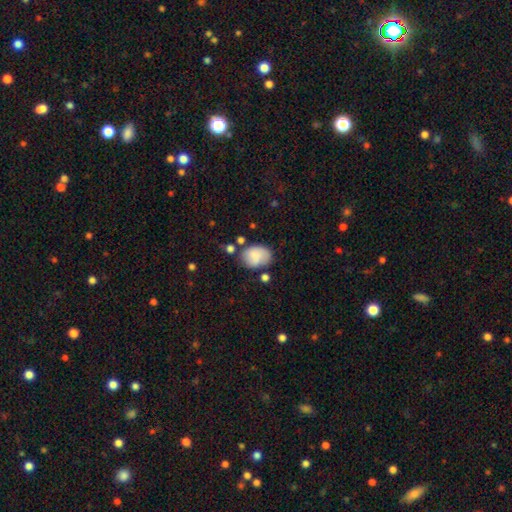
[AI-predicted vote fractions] Smooth or featured? smooth (82%)
How rounded? in between (72%)
Merging? none (60%)